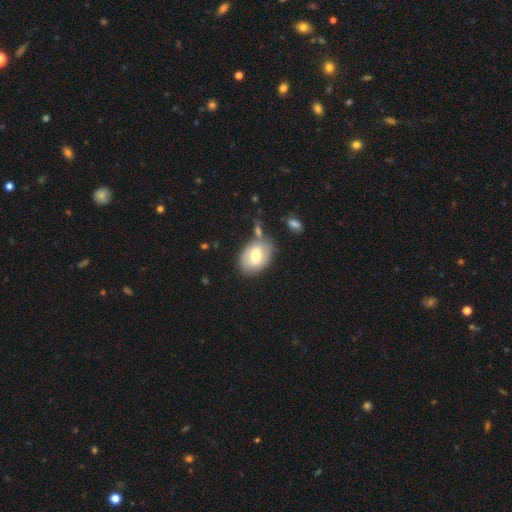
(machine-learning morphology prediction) A smooth galaxy with no disk features (62%) that is in between round and cigar-shaped (77%).

Vote fractions:
- Smooth or featured? smooth: 62% / featured or disk: 32% / star or artifact: 7%
- How rounded? in between: 77% / round: 22% / cigar-shaped: 1%
- Merging? none: 67% / minor disturbance: 17% / merger: 12% / major disturbance: 5%